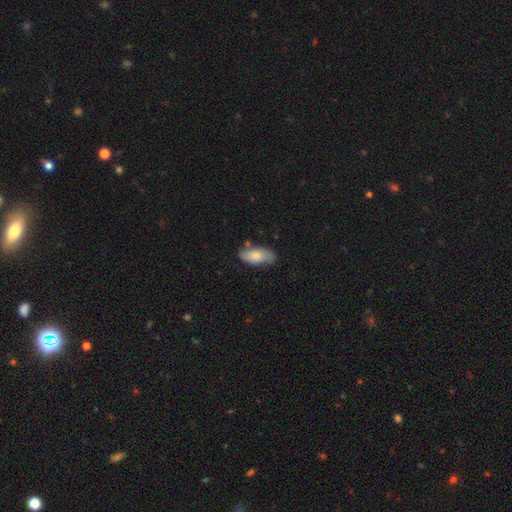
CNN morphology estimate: The model was most divided on "merging": none: 72%, minor disturbance: 20%, merger: 4%, major disturbance: 4%. More confident: how rounded — in between (87%); smooth or featured — smooth (76%).